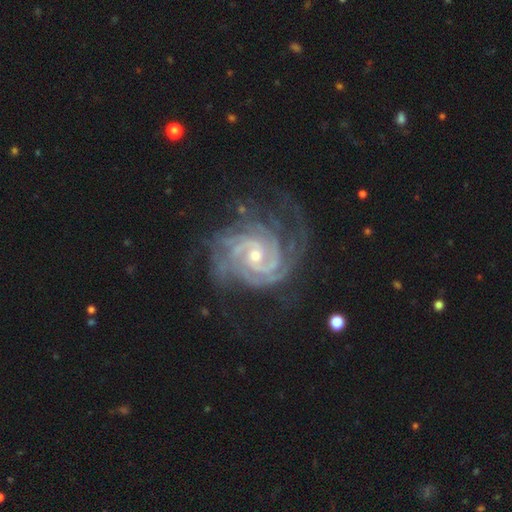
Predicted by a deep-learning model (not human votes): Q: Smooth or featured?
A: featured or disk (93%); runner-up: star or artifact (5%)
Q: Edge-on disk?
A: no (98%); runner-up: yes (2%)
Q: Bar?
A: no (58%); runner-up: weak (32%)
Q: Spiral arms?
A: yes (99%); runner-up: no (1%)
Q: Spiral winding?
A: tight (73%); runner-up: medium (23%)
Q: Spiral arm count?
A: 2 (23%); runner-up: 3 (22%)
Q: Bulge size?
A: small (53%); runner-up: moderate (44%)
Q: Merging?
A: none (63%); runner-up: minor disturbance (21%)